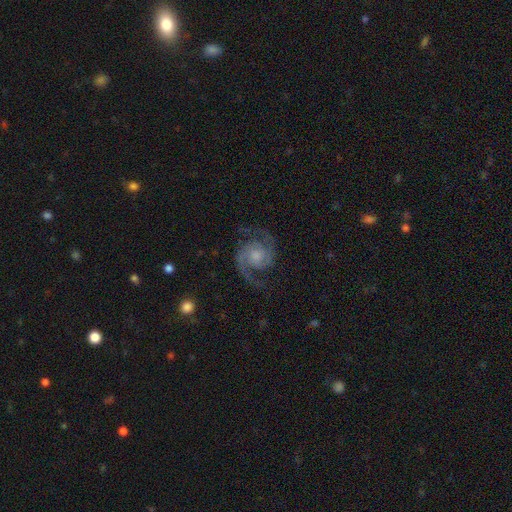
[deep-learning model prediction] smooth_or_featured: featured or disk (p=0.92) [alt: star or artifact p=0.04]
disk_edge_on: no (p=0.98) [alt: yes p=0.02]
bar: no (p=0.69) [alt: weak p=0.26]
has_spiral_arms: yes (p=0.98) [alt: no p=0.02]
spiral_winding: medium (p=0.59) [alt: tight p=0.22]
spiral_arm_count: 2 (p=0.94) [alt: can't tell p=0.01]
bulge_size: moderate (p=0.42) [alt: small p=0.26]
merging: none (p=0.80) [alt: minor disturbance p=0.12]